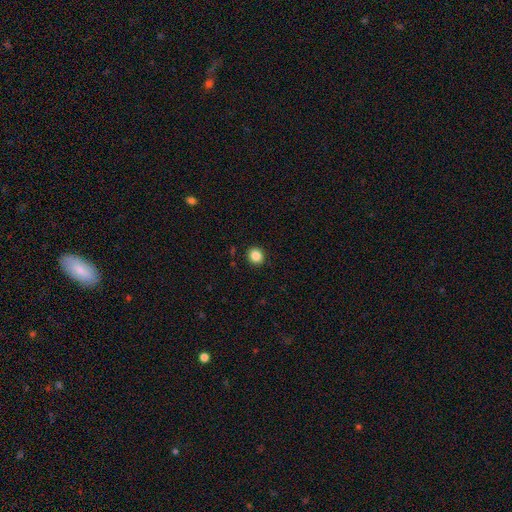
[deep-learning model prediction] A smooth galaxy with no disk features (87%) that is round (83%). Merging: none (91%).